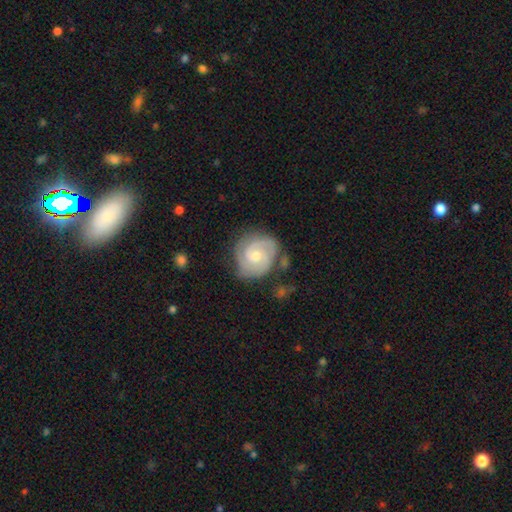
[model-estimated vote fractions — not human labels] smooth-or-featured: featured or disk: 81% | smooth: 13% | star or artifact: 5%
  disk-edge-on: no: 98% | yes: 2%
    bar: no: 62% | weak: 33% | strong: 5%
    has-spiral-arms: yes: 95% | no: 5%
      spiral-winding: tight: 62% | medium: 32% | loose: 7%
      spiral-arm-count: 2: 58% | 3: 19% | can't tell: 14% | 4: 3% | 1: 3% | more than 4: 2%
    bulge-size: moderate: 56% | small: 40% | large: 2% | none: 1% | dominant: 1%
  merging: none: 71% | minor disturbance: 19% | major disturbance: 6% | merger: 4%